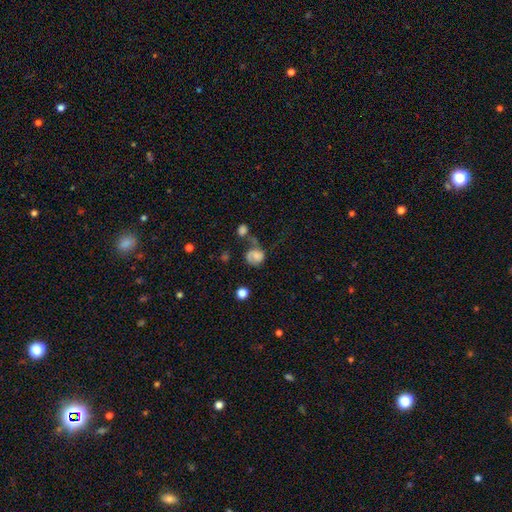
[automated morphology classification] This is possibly a smooth galaxy (54%). How rounded: likely round (70%). Merging: marginally none (37%).